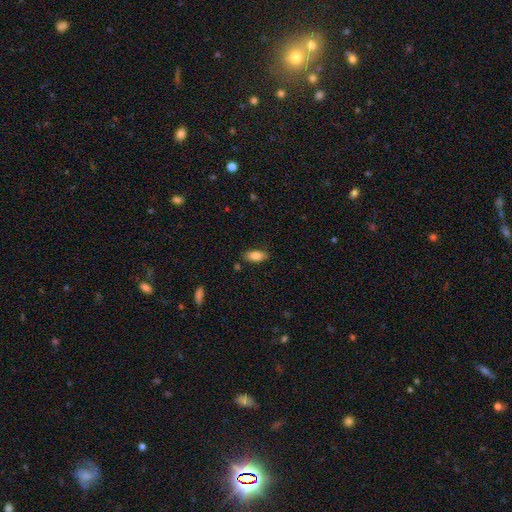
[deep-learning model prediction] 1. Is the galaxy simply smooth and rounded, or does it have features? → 83% smooth, 10% featured or disk, 7% star or artifact.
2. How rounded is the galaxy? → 86% in between, 11% cigar-shaped, 3% round.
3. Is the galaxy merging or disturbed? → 84% none, 12% minor disturbance, 3% major disturbance, 2% merger.